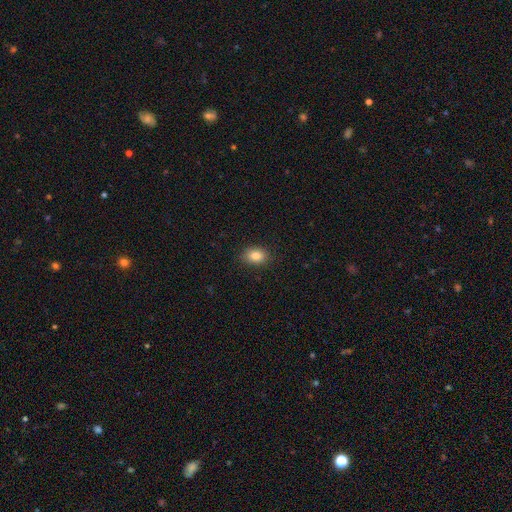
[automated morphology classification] type=smooth (84%); roundness=in between (71%); merging=none (87%).